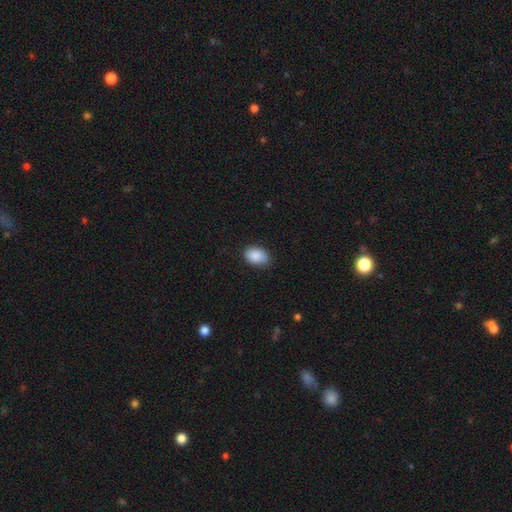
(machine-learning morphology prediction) smooth-or-featured: smooth: 89% | star or artifact: 7% | featured or disk: 4%
  how-rounded: in between: 84% | round: 15% | cigar-shaped: 1%
  merging: none: 80% | minor disturbance: 16% | major disturbance: 3% | merger: 1%